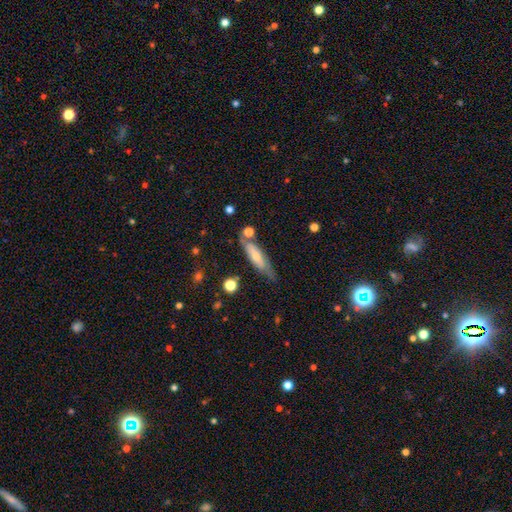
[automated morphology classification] Smooth or featured? Predicted: smooth (p=0.53). How rounded? Predicted: cigar-shaped (p=0.69). Merging? Predicted: none (p=0.65).